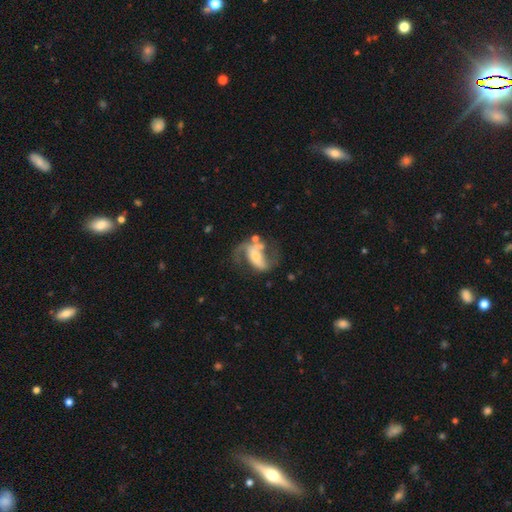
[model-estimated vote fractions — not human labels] smooth-or-featured: featured or disk: 76% | smooth: 17% | star or artifact: 7%
  disk-edge-on: no: 96% | yes: 4%
    bar: no: 35% | strong: 33% | weak: 32%
    has-spiral-arms: yes: 85% | no: 15%
      spiral-winding: loose: 52% | medium: 38% | tight: 10%
      spiral-arm-count: 2: 80% | 1: 11% | can't tell: 6% | 3: 1% | 4: 1% | more than 4: 1%
    bulge-size: small: 44% | moderate: 40% | large: 8% | none: 6% | dominant: 2%
  merging: none: 41% | major disturbance: 29% | minor disturbance: 19% | merger: 11%